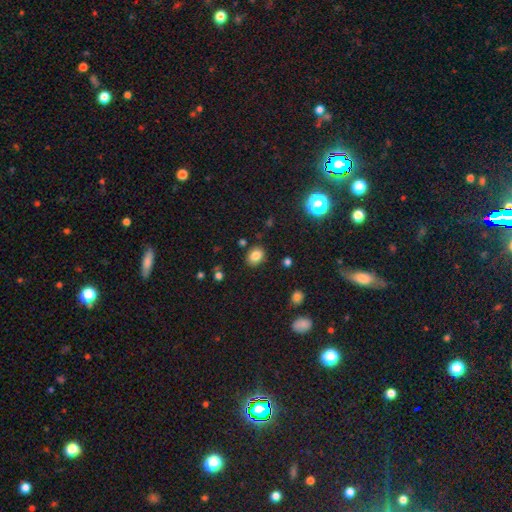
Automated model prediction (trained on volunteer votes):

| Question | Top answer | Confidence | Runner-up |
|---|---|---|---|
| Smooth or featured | smooth | 83% | star or artifact (11%) |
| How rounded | round | 53% | in between (46%) |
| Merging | none | 84% | minor disturbance (10%) |